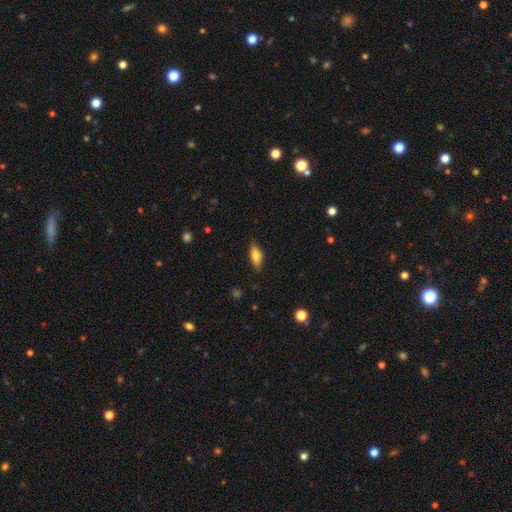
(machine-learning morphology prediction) This appears to be a smooth galaxy with no disk features (72%) that is in between round and cigar-shaped (72%). Merging: none (83%).